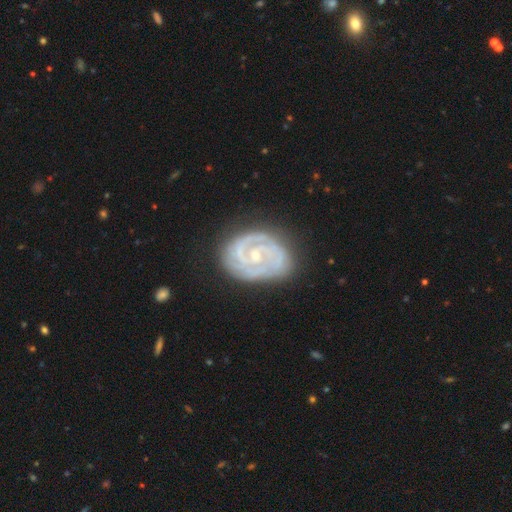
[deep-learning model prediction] A featured or disk galaxy (86%) with no bar (65%), 2 (53%) tight (67%) spiral arms (93%) and a small central bulge (62%). Merging: none (74%).